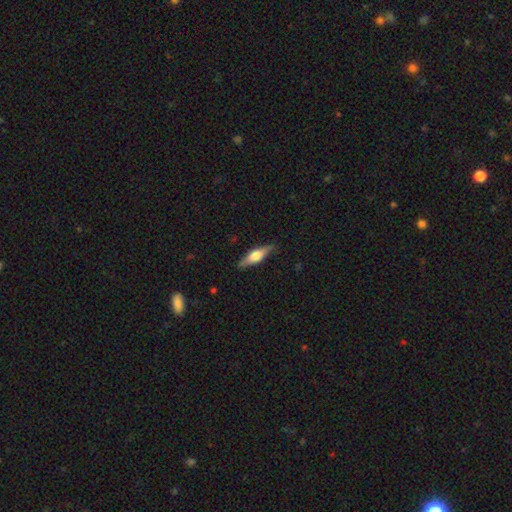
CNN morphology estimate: Smooth or featured? featured or disk (56%)
Edge-on disk? yes (95%)
Edge-on bulge? rounded (89%)
Merging? none (87%)